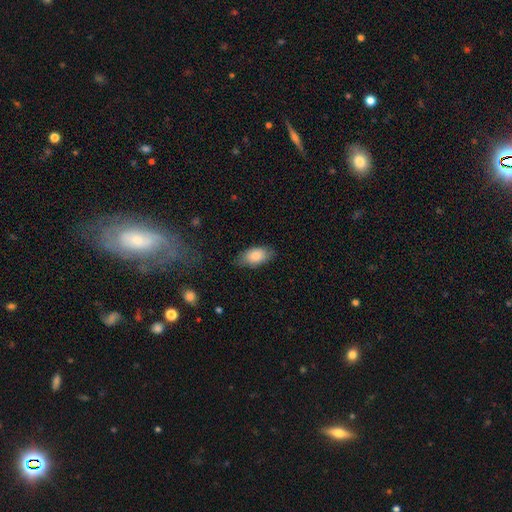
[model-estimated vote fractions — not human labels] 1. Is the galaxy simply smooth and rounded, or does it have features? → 85% smooth, 9% featured or disk, 7% star or artifact.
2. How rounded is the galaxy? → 92% in between, 4% cigar-shaped, 4% round.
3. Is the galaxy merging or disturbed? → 80% none, 16% minor disturbance, 3% major disturbance, 1% merger.